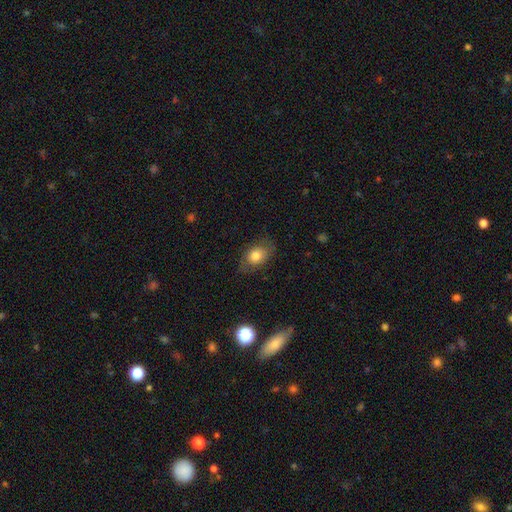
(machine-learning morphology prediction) type=smooth (73%); roundness=in between (76%); merging=none (73%).